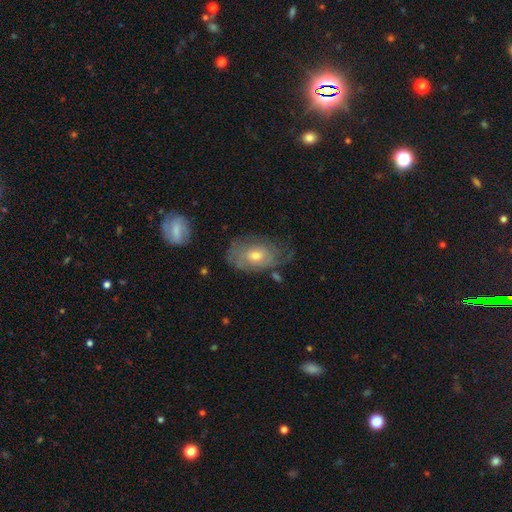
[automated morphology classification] The model was most divided on "smooth or featured": featured or disk: 57%, smooth: 35%, star or artifact: 8%. More confident: edge-on disk — no (93%); bar — no (72%); spiral arms — yes (71%); bulge size — moderate (60%); merging — none (56%).